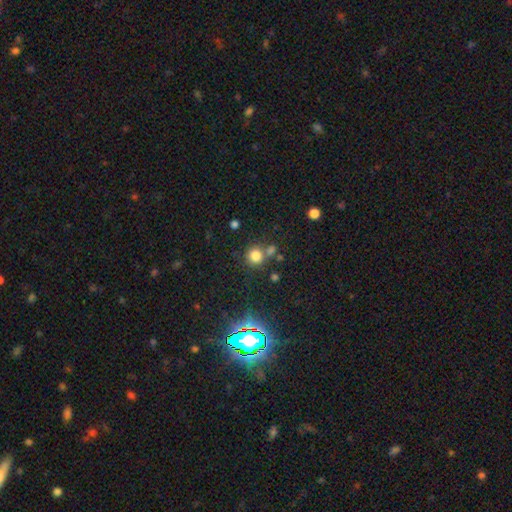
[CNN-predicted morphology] A smooth galaxy with no disk features (77%) that is round (89%).

Vote fractions:
- Smooth or featured? smooth: 77% / star or artifact: 17% / featured or disk: 6%
- How rounded? round: 89% / in between: 10% / cigar-shaped: 1%
- Merging? none: 67% / merger: 19% / minor disturbance: 10% / major disturbance: 4%